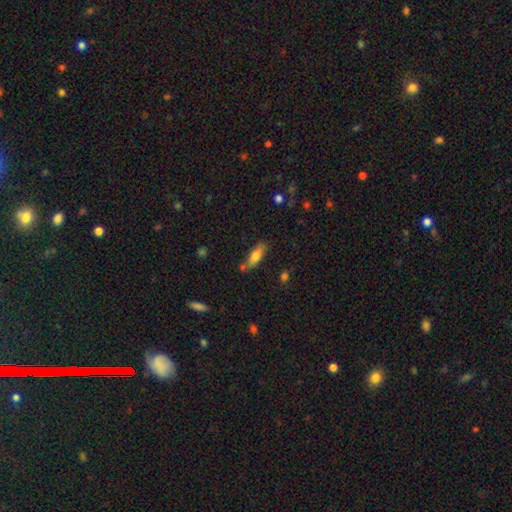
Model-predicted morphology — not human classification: smooth-or-featured: smooth: 71% | featured or disk: 22% | star or artifact: 7%
  how-rounded: in between: 59% | cigar-shaped: 39% | round: 2%
  merging: none: 75% | minor disturbance: 14% | merger: 7% | major disturbance: 3%